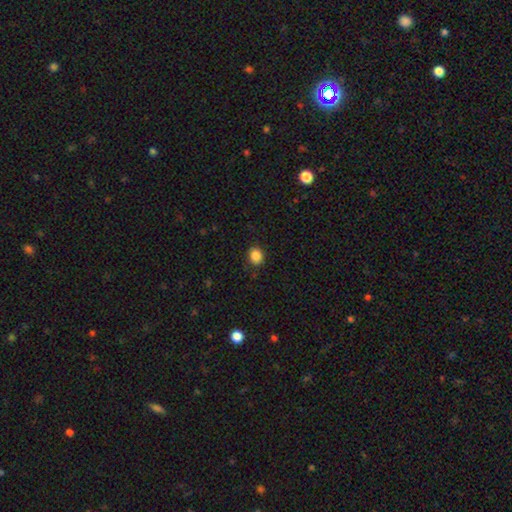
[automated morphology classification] A smooth galaxy with no disk features (87%) that is round (55%).

Vote fractions:
- Smooth or featured? smooth: 87% / star or artifact: 10% / featured or disk: 4%
- How rounded? round: 55% / in between: 44% / cigar-shaped: 1%
- Merging? none: 86% / minor disturbance: 10% / major disturbance: 3% / merger: 1%